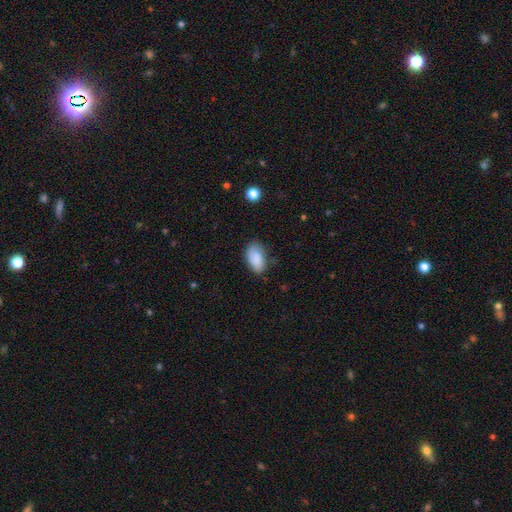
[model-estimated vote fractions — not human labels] This appears to be a smooth galaxy with no disk features (87%) that is in between round and cigar-shaped (93%). Merging: none (70%).